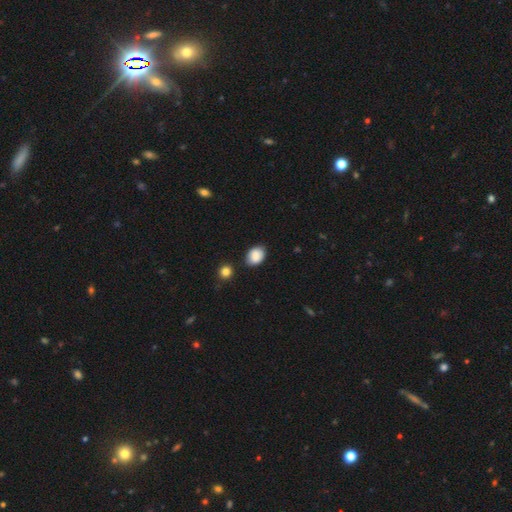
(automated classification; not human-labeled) This appears to be a smooth galaxy with no disk features (86%) that is in between round and cigar-shaped (73%). Merging: none (79%).